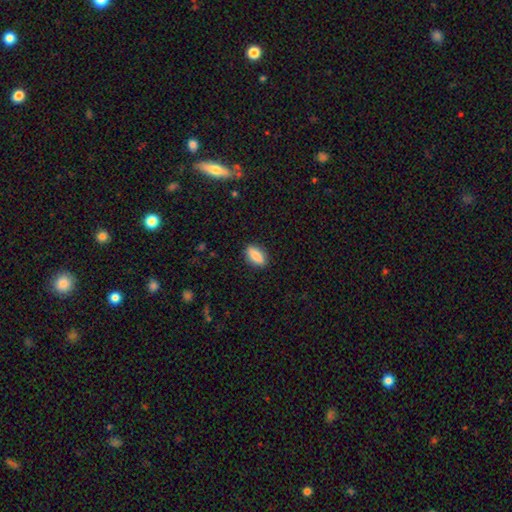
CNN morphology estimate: Q: Smooth or featured?
A: smooth (85%); runner-up: featured or disk (9%)
Q: How rounded?
A: in between (84%); runner-up: cigar-shaped (12%)
Q: Merging?
A: none (88%); runner-up: minor disturbance (9%)